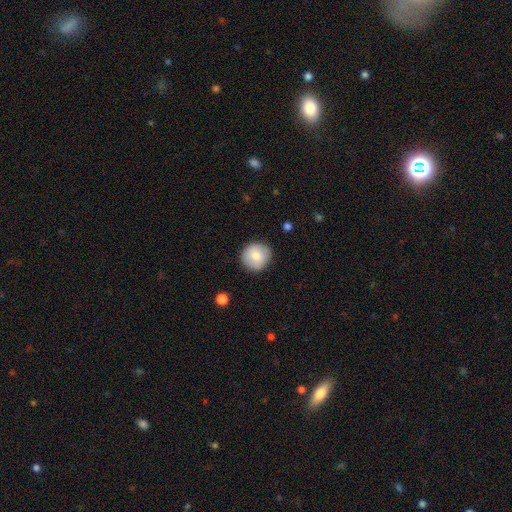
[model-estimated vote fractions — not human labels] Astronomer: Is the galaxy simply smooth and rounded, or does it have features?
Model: smooth — 80%.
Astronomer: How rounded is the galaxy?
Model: round — 93%.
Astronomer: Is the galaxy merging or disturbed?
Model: none — 87%.